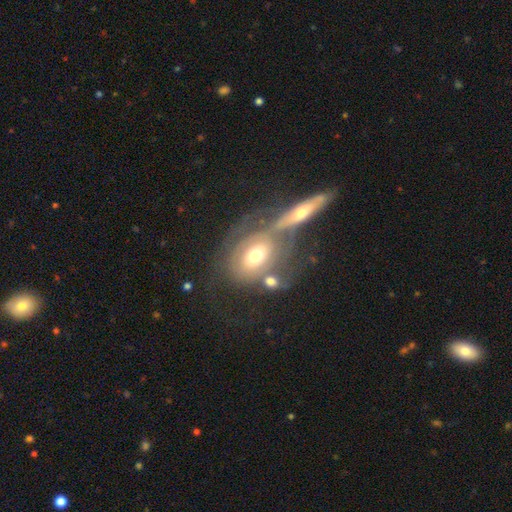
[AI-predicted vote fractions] A featured or disk galaxy (52%). Merging: merger (40%).